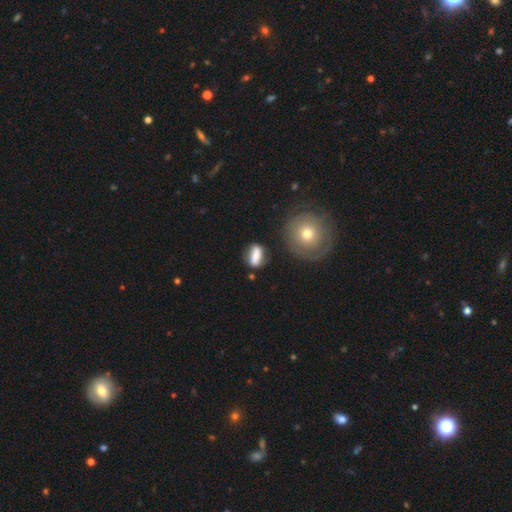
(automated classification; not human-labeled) Overall: smooth (72%). How rounded: in between (68%). Merging: none (65%).